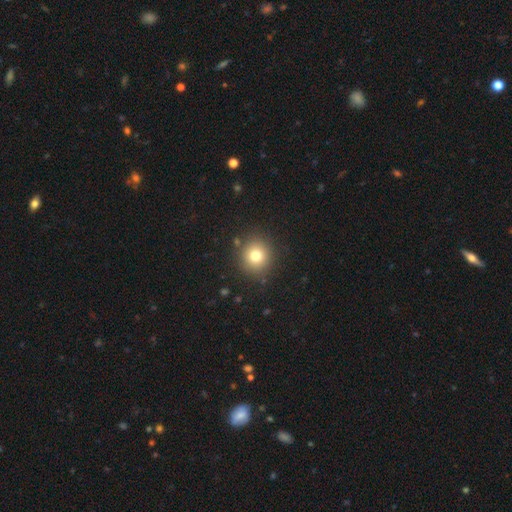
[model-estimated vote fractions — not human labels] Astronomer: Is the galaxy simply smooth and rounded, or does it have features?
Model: smooth — 76%.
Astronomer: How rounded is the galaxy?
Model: round — 92%.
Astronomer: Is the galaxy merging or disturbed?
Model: none — 89%.